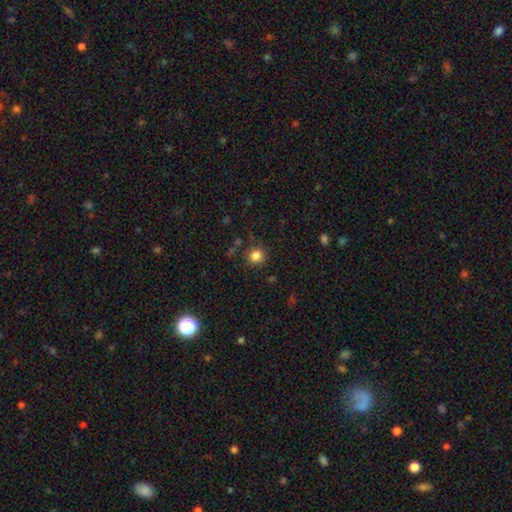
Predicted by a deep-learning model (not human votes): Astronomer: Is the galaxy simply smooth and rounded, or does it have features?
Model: smooth — 84%.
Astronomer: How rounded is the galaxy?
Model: round — 89%.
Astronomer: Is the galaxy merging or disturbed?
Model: none — 85%.